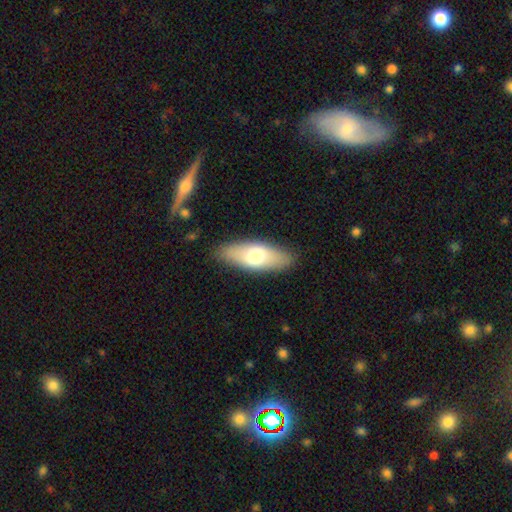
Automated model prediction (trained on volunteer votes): A smooth galaxy with no disk features (66%) that is in between round and cigar-shaped (73%).

Vote fractions:
- Smooth or featured? smooth: 66% / featured or disk: 28% / star or artifact: 6%
- How rounded? in between: 73% / cigar-shaped: 25% / round: 3%
- Merging? none: 86% / minor disturbance: 10% / major disturbance: 3% / merger: 1%